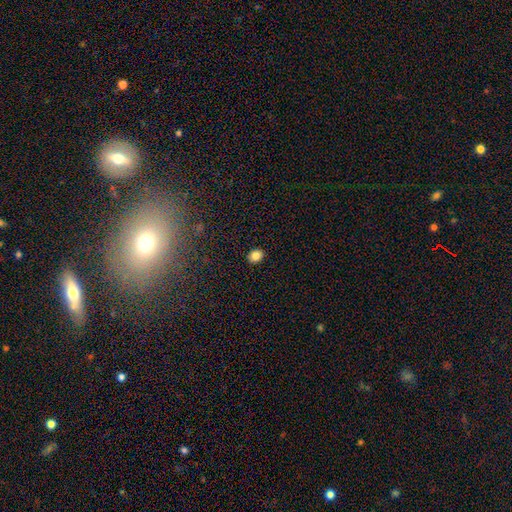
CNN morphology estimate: The model was most divided on "how rounded": round: 50%, in between: 49%, cigar-shaped: 1%. More confident: merging — none (90%); smooth or featured — smooth (84%).